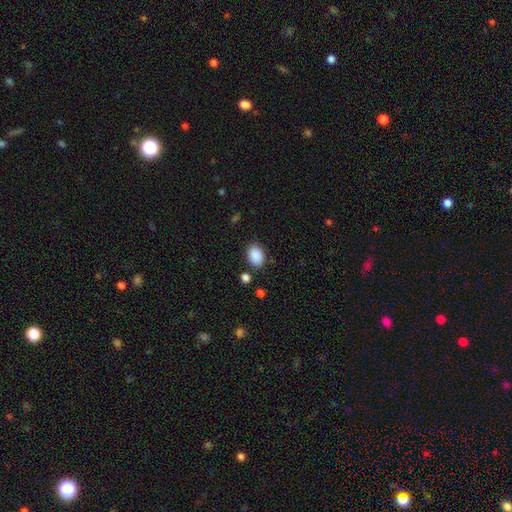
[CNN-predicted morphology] Smooth or featured?
  - smooth: 89% *
  - star or artifact: 8%
  - featured or disk: 3%
How rounded?
  - in between: 76% *
  - round: 23%
  - cigar-shaped: 1%
Merging?
  - none: 82% *
  - minor disturbance: 11%
  - major disturbance: 3%
  - merger: 3%